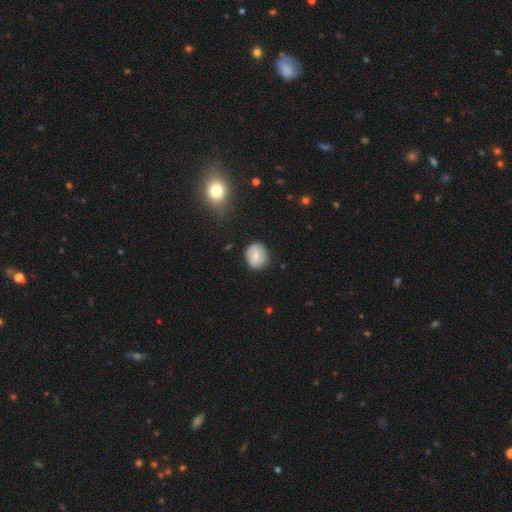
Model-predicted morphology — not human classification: The model was most divided on "how rounded": round: 70%, in between: 29%, cigar-shaped: 1%. More confident: merging — none (81%); smooth or featured — smooth (68%).